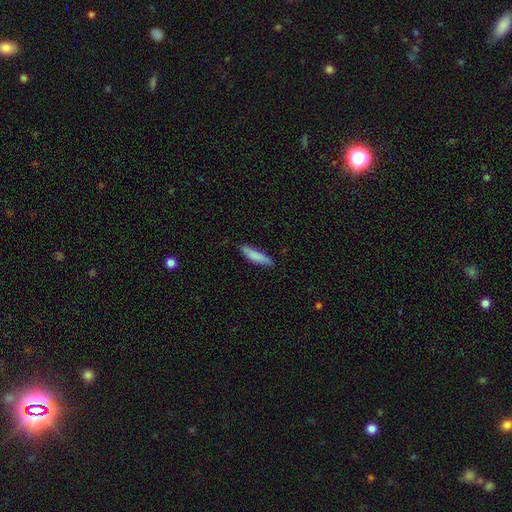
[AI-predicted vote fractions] Smooth or featured?
  - smooth: 84% *
  - featured or disk: 10%
  - star or artifact: 6%
How rounded?
  - cigar-shaped: 76% *
  - in between: 22%
  - round: 1%
Merging?
  - none: 82% *
  - minor disturbance: 14%
  - major disturbance: 2%
  - merger: 1%